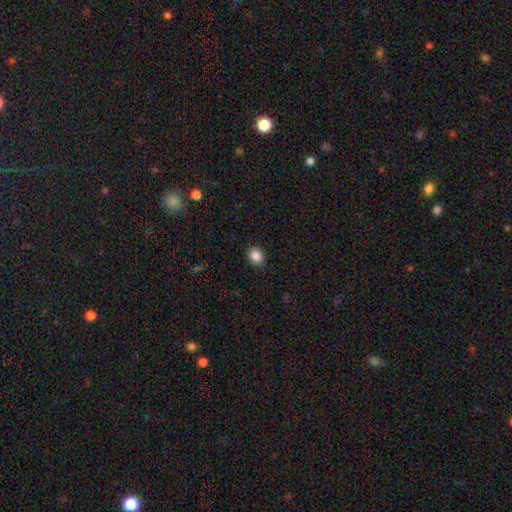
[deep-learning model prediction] A smooth galaxy with no disk features (86%) that is round (72%).

Vote fractions:
- Smooth or featured? smooth: 86% / star or artifact: 10% / featured or disk: 4%
- How rounded? round: 72% / in between: 28% / cigar-shaped: 1%
- Merging? none: 88% / minor disturbance: 9% / major disturbance: 2% / merger: 1%